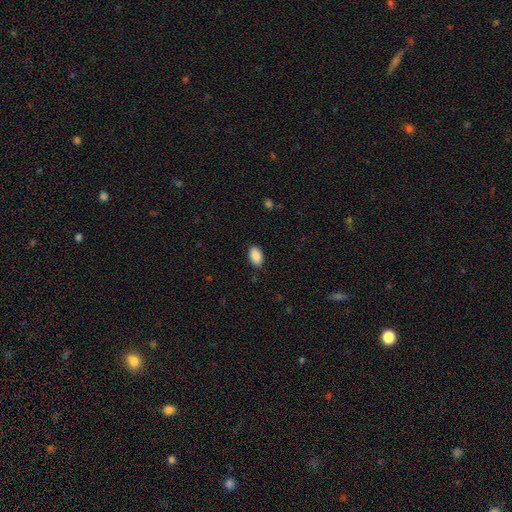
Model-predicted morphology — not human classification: Smooth or featured: smooth — 89% (star or artifact — 7%)
How rounded: in between — 93% (round — 5%)
Merging: none — 86% (minor disturbance — 10%)